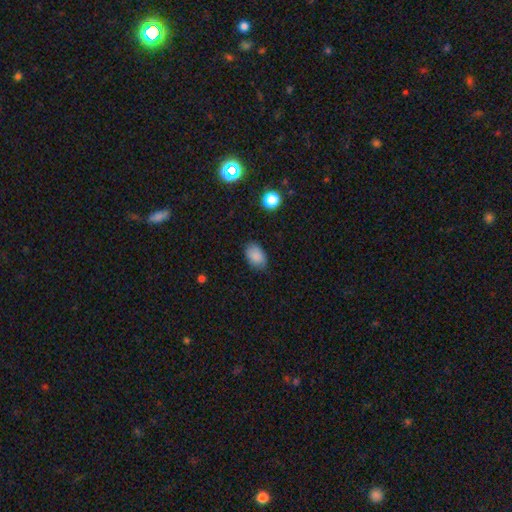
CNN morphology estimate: Smooth or featured? Predicted: smooth (p=0.87). How rounded? Predicted: in between (p=0.87). Merging? Predicted: none (p=0.77).